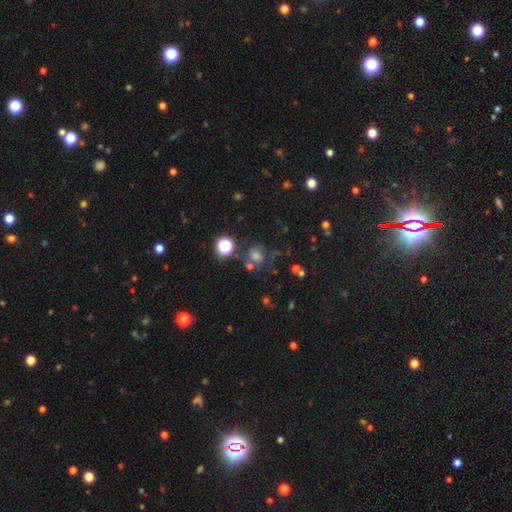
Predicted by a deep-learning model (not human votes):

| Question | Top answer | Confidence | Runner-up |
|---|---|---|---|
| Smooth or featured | smooth | 48% | star or artifact (34%) |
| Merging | none | 58% | minor disturbance (16%) |